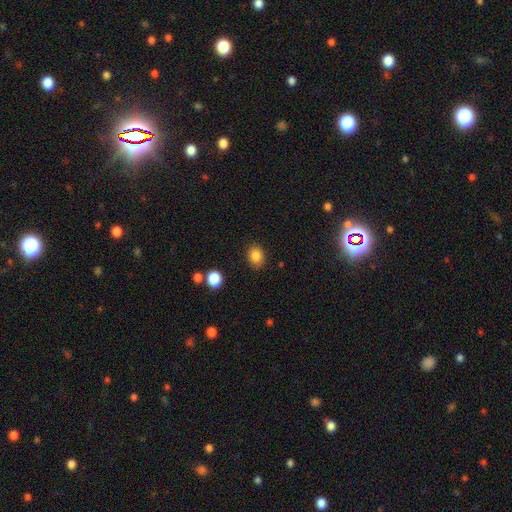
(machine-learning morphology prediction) Overall: smooth (84%). How rounded: round (51%; in between 48%). Merging: none (82%).